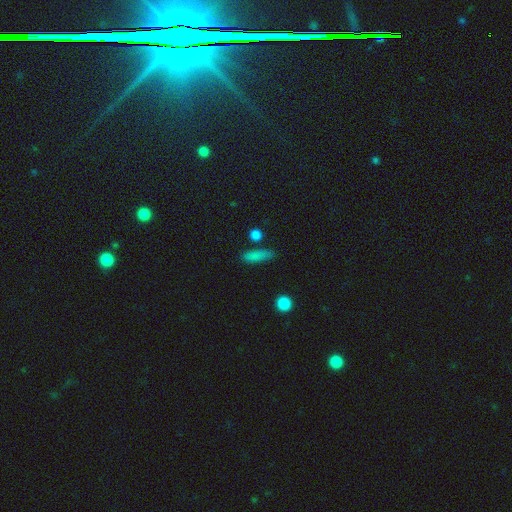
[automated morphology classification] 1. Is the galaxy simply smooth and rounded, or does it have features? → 81% smooth, 11% star or artifact, 9% featured or disk.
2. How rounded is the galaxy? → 64% cigar-shaped, 30% in between, 6% round.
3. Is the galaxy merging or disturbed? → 74% none, 16% minor disturbance, 5% merger, 4% major disturbance.